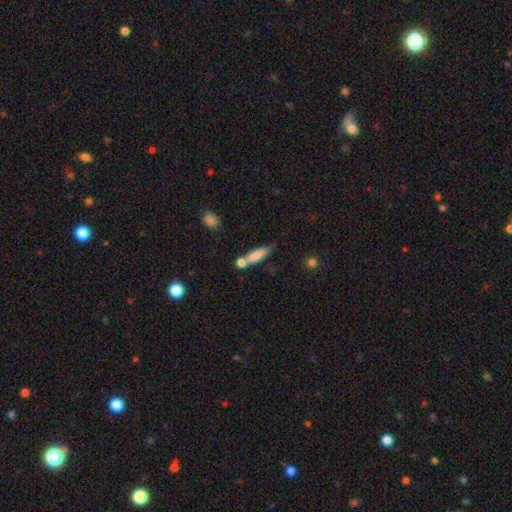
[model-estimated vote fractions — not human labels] This is likely a smooth galaxy (75%). How rounded: likely cigar-shaped (63%). Merging: marginally none (45%).